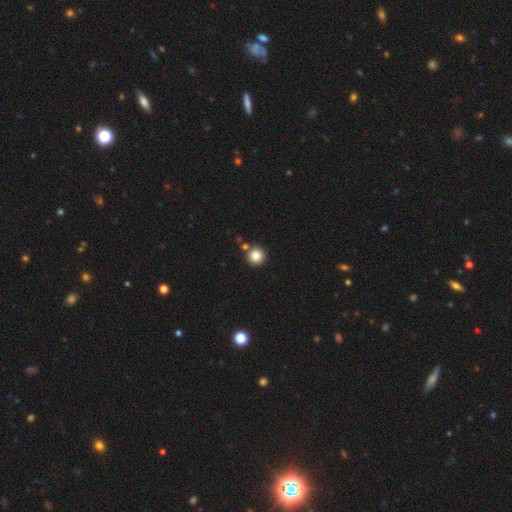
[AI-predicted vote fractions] This appears to be a smooth galaxy with no disk features (83%) that is round (95%). Merging: none (80%).